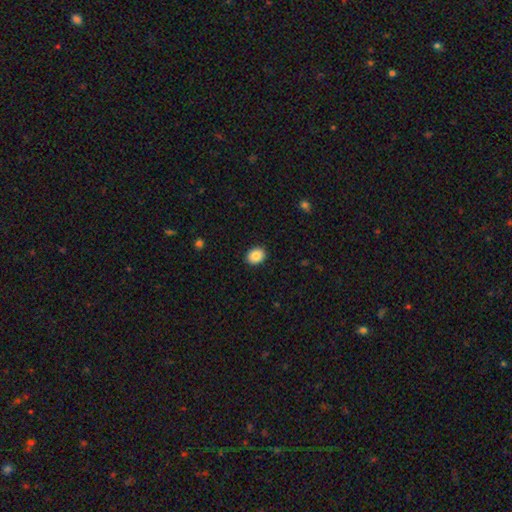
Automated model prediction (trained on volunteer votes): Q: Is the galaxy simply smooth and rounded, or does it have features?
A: smooth — 87%.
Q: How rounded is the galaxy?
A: in between — 54%.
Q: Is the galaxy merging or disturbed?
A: none — 91%.